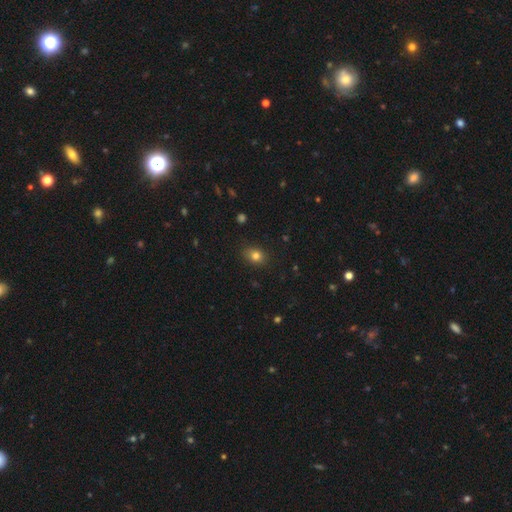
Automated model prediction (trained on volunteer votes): Morphology: type=smooth (80%); roundness=in between (53%); merging=none (84%).